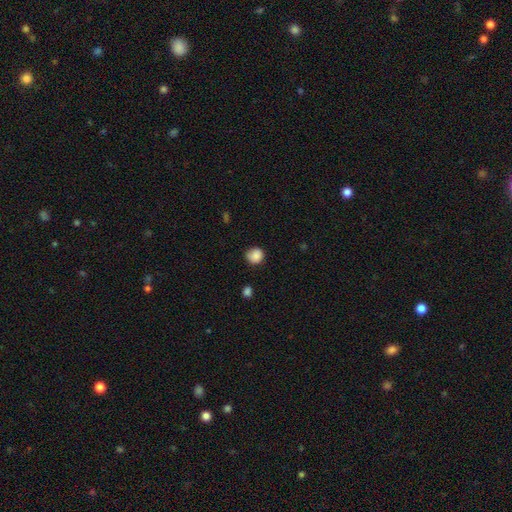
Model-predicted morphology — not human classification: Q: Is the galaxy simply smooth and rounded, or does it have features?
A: smooth — 88%.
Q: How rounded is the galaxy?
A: round — 87%.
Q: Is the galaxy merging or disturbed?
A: none — 79%.